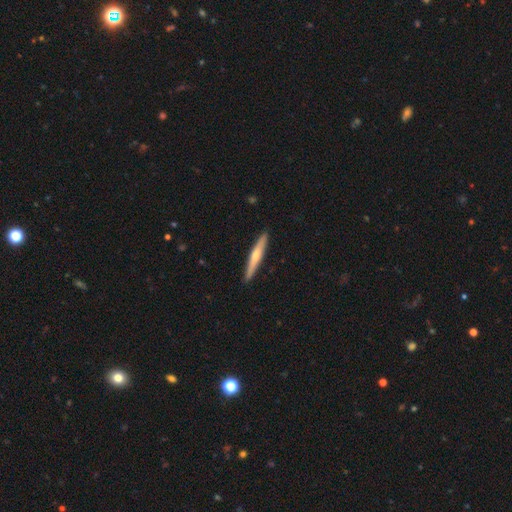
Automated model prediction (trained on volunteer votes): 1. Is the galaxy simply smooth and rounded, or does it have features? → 48% featured or disk, 47% smooth, 5% star or artifact.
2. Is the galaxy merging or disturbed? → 91% none, 6% minor disturbance, 1% major disturbance, 1% merger.